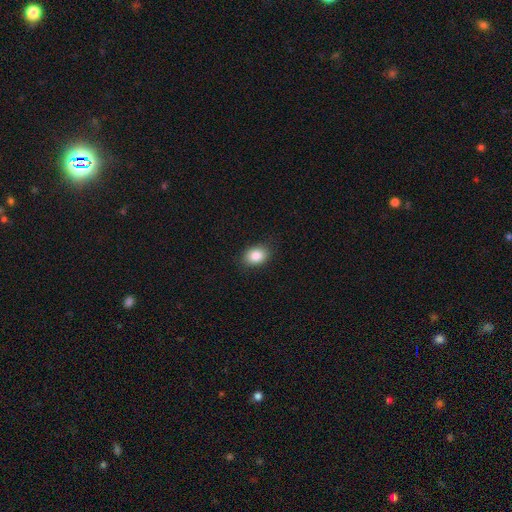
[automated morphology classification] smooth-or-featured: smooth: 85% | star or artifact: 9% | featured or disk: 6%
  how-rounded: in between: 67% | round: 32% | cigar-shaped: 1%
  merging: none: 86% | minor disturbance: 11% | major disturbance: 2% | merger: 1%